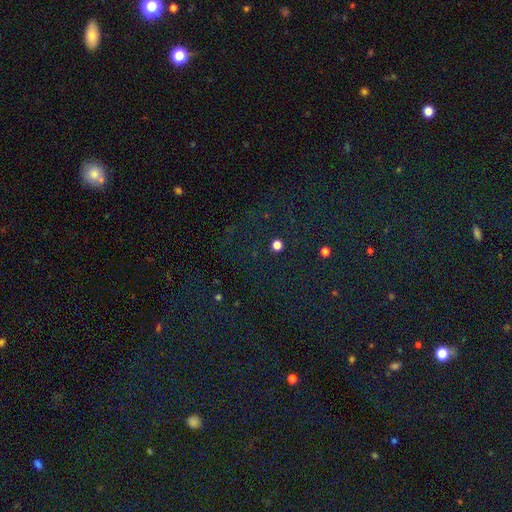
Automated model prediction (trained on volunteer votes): smooth_or_featured: star or artifact (p=0.77) [alt: smooth p=0.15]